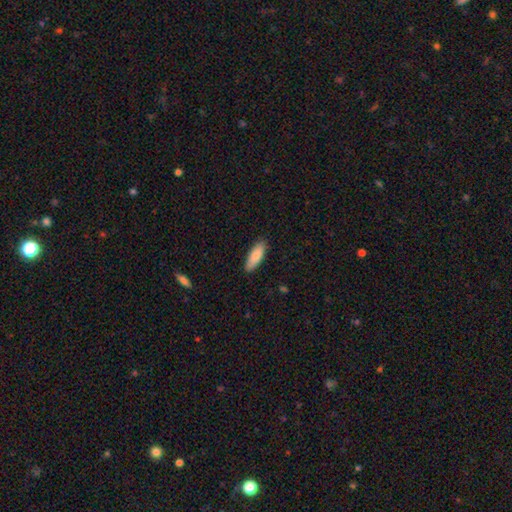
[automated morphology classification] Smooth or featured? smooth (84%)
How rounded? in between (62%)
Merging? none (88%)